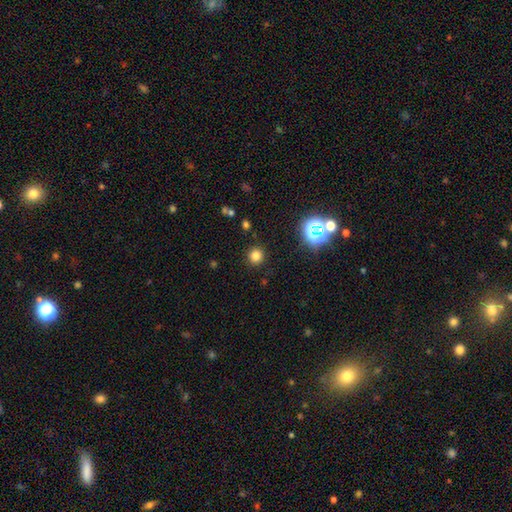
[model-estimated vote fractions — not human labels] A smooth galaxy with no disk features (78%) that is round (93%). Merging: none (90%).